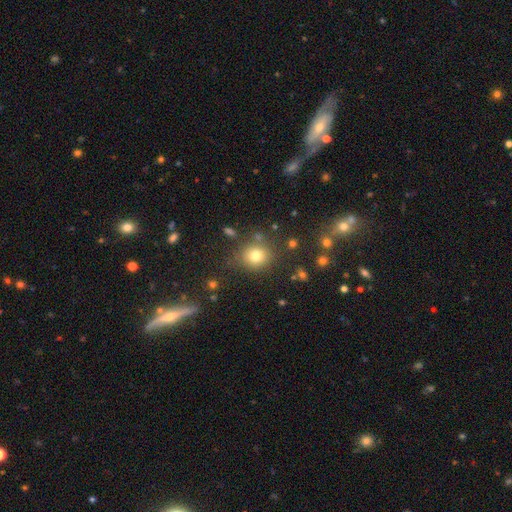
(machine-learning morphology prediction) Smooth or featured? smooth (77%)
How rounded? round (79%)
Merging? none (77%)